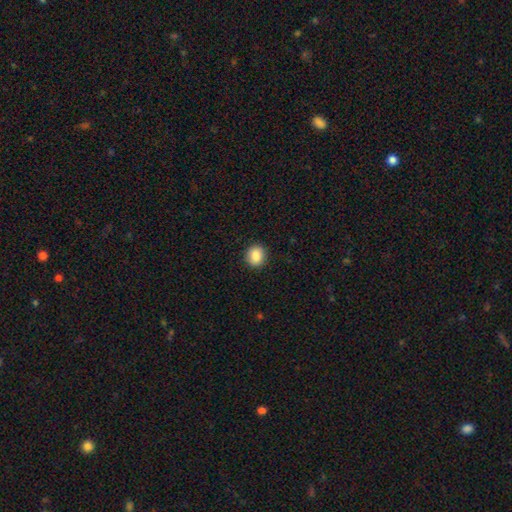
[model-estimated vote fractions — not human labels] smooth_or_featured: smooth (p=0.88) [alt: star or artifact p=0.09]
how_rounded: round (p=0.66) [alt: in between p=0.33]
merging: none (p=0.90) [alt: minor disturbance p=0.07]